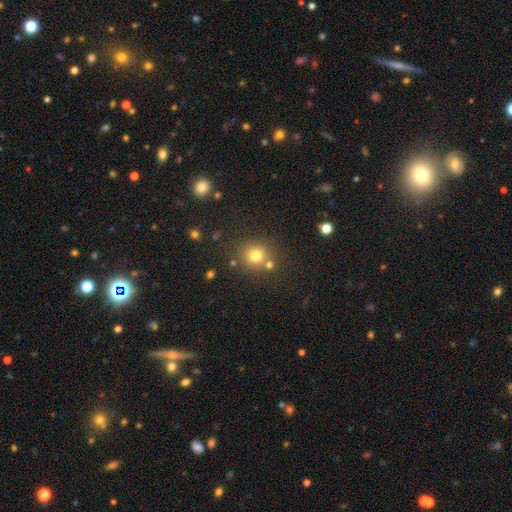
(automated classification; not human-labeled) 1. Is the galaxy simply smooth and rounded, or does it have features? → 75% smooth, 16% star or artifact, 8% featured or disk.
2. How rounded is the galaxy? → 89% round, 10% in between, 1% cigar-shaped.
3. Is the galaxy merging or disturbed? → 75% none, 13% merger, 9% minor disturbance, 3% major disturbance.